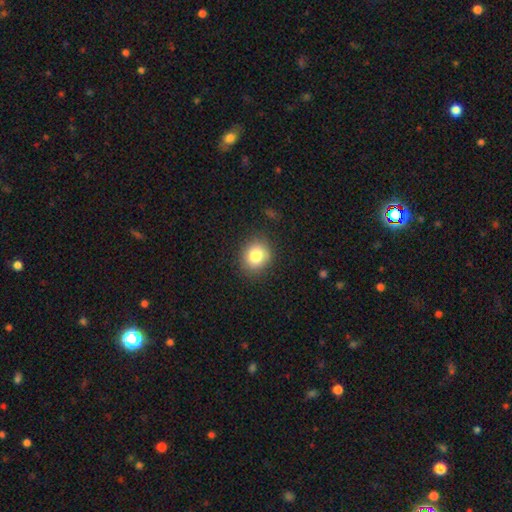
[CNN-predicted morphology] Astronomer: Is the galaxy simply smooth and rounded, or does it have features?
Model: smooth — 82%.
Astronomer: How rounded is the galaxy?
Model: round — 78%.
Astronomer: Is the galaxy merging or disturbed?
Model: none — 85%.